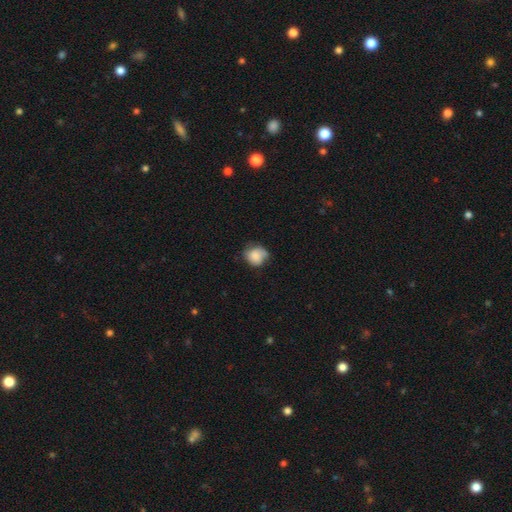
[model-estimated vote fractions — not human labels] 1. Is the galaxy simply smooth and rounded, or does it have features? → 77% smooth, 15% featured or disk, 8% star or artifact.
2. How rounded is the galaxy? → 71% round, 28% in between, 1% cigar-shaped.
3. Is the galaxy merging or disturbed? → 52% none, 35% minor disturbance, 10% major disturbance, 2% merger.